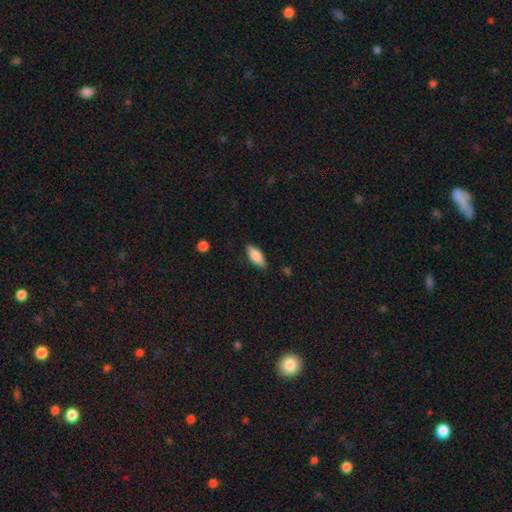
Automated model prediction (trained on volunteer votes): A smooth galaxy with no disk features (81%) that is in between round and cigar-shaped (79%). Merging: none (84%).